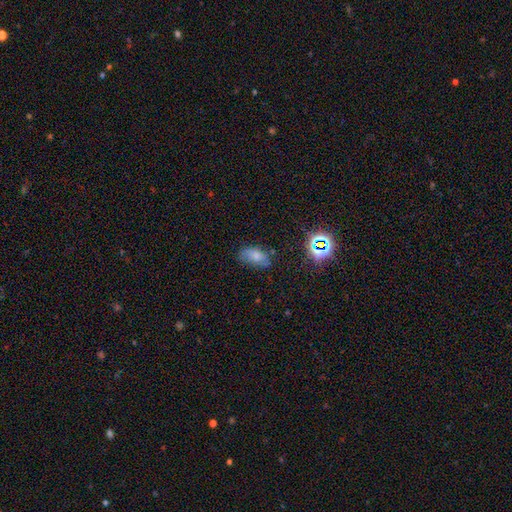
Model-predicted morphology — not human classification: Smooth or featured? Predicted: smooth (p=0.73). How rounded? Predicted: in between (p=0.90). Merging? Predicted: none (p=0.62).